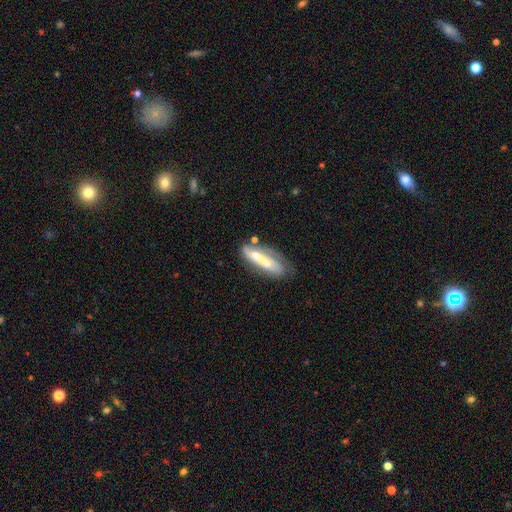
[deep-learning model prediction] This appears to be a smooth galaxy with no disk features (50%). Merging: none (45%).